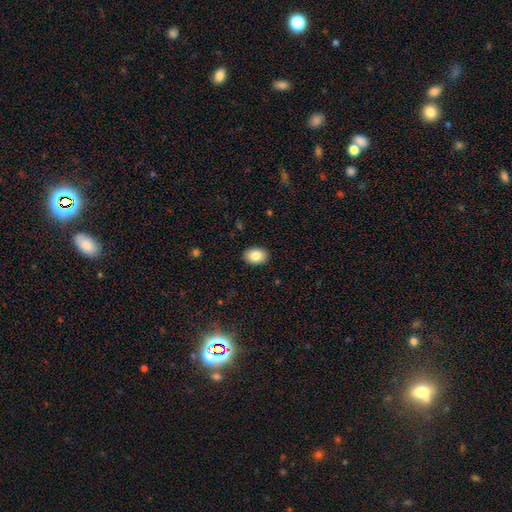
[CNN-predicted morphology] smooth_or_featured: smooth (p=0.86) [alt: star or artifact p=0.08]
how_rounded: in between (p=0.80) [alt: round p=0.19]
merging: none (p=0.90) [alt: minor disturbance p=0.07]